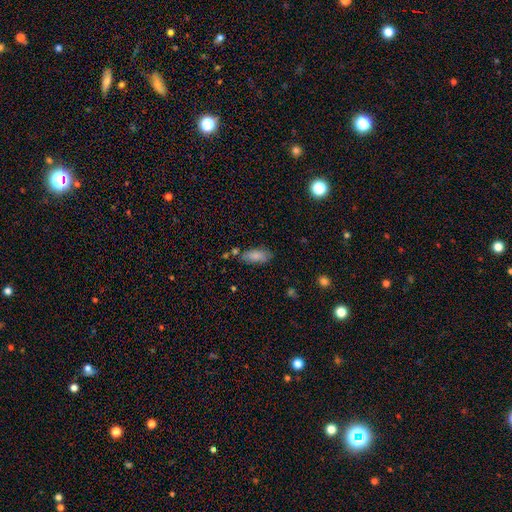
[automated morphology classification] This is clearly a smooth galaxy (82%). How rounded: clearly in between (87%). Merging: likely none (73%).